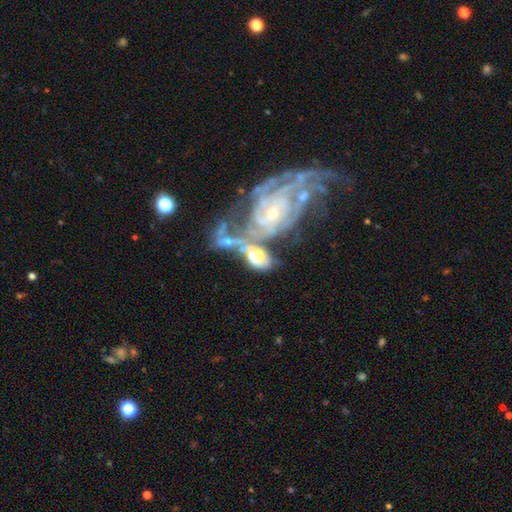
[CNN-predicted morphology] Q: Smooth or featured?
A: featured or disk (65%); runner-up: smooth (25%)
Q: Edge-on disk?
A: no (96%); runner-up: yes (4%)
Q: Bar?
A: no (68%); runner-up: weak (22%)
Q: Spiral arms?
A: yes (71%); runner-up: no (29%)
Q: Bulge size?
A: moderate (41%); runner-up: small (32%)
Q: Merging?
A: merger (68%); runner-up: major disturbance (15%)